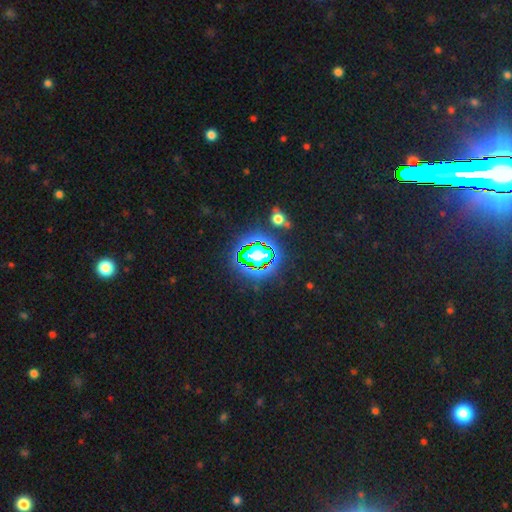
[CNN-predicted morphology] This appears to be a star or artifact, not a galaxy (69%).